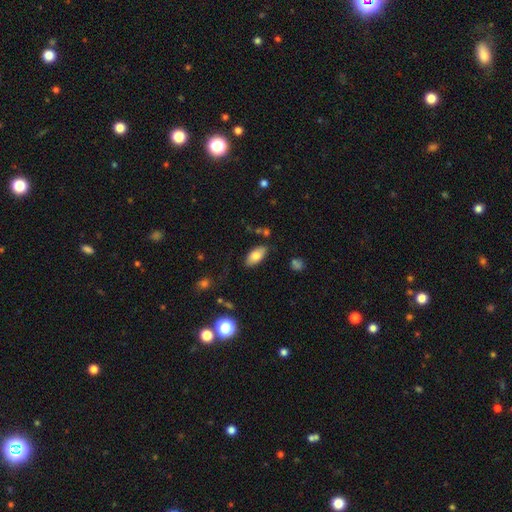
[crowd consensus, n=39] This is clearly a smooth galaxy (82%). How rounded: clearly in between (97%). Merging: clearly none (90%).